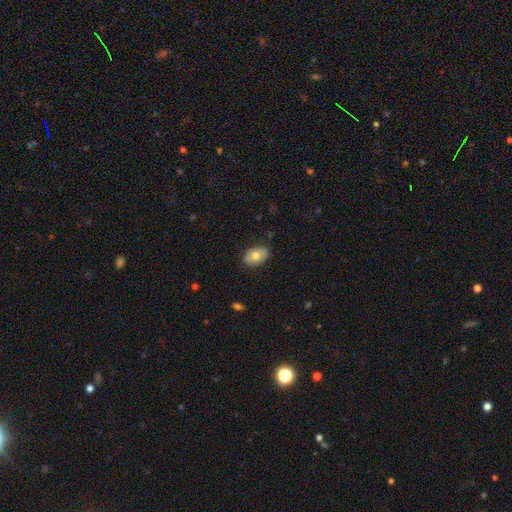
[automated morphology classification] type=smooth (73%); roundness=in between (84%); merging=none (85%).